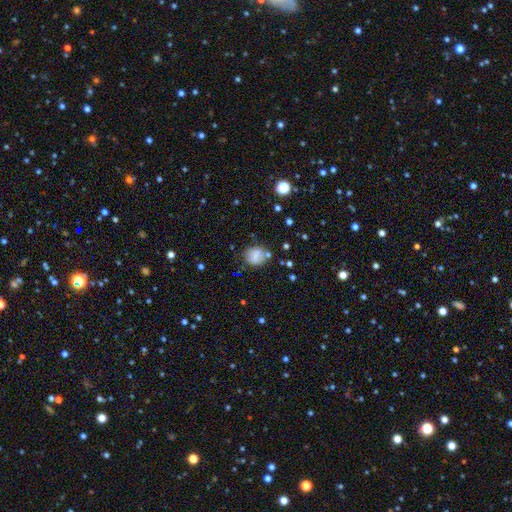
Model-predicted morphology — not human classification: smooth_or_featured: smooth (p=0.75) [alt: featured or disk p=0.14]
how_rounded: round (p=0.70) [alt: in between p=0.29]
merging: none (p=0.70) [alt: minor disturbance p=0.17]